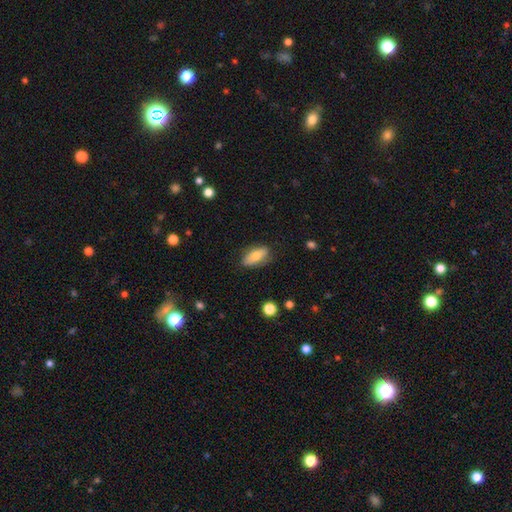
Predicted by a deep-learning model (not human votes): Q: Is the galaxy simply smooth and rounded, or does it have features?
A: smooth — 69%.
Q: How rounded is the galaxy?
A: in between — 86%.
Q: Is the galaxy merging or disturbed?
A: none — 76%.